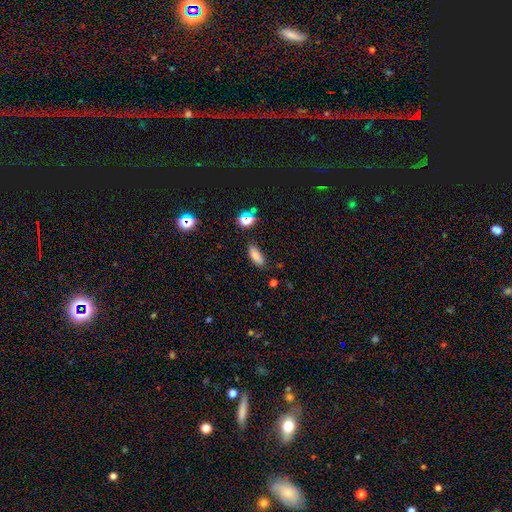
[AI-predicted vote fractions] Smooth or featured: smooth — 80% (star or artifact — 12%)
How rounded: in between — 75% (cigar-shaped — 22%)
Merging: none — 81% (minor disturbance — 13%)